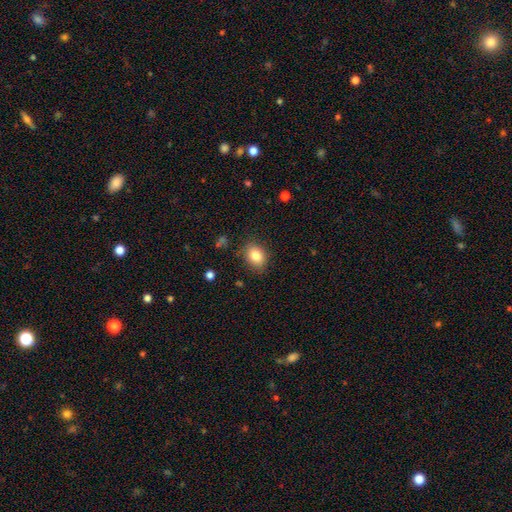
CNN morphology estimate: Smooth or featured: smooth — 83% (star or artifact — 9%)
How rounded: in between — 59% (round — 40%)
Merging: none — 83% (minor disturbance — 13%)